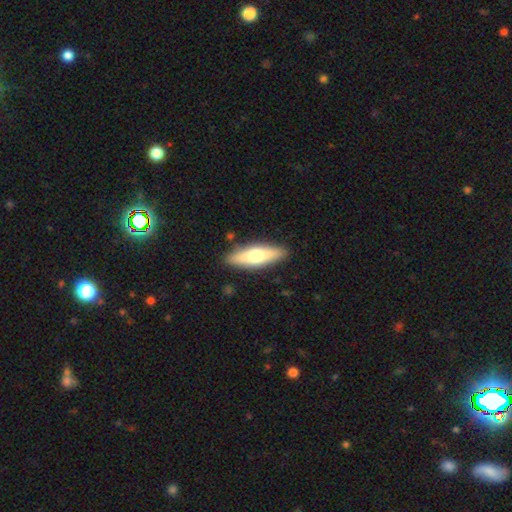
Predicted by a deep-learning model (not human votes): Morphology: type=smooth (59%); roundness=cigar-shaped (55%); merging=none (87%).